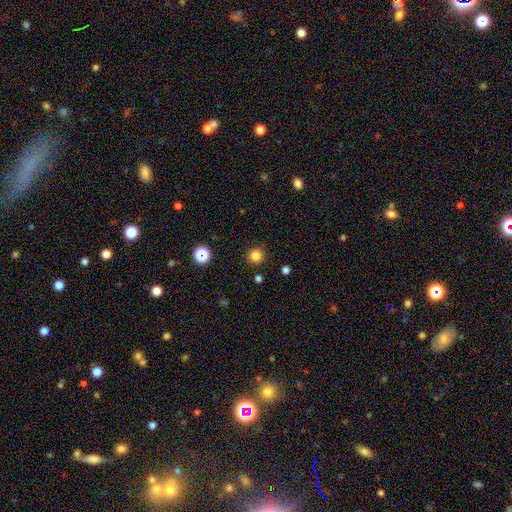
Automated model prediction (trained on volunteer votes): This is clearly a smooth galaxy (81%). How rounded: clearly round (95%). Merging: clearly none (91%).